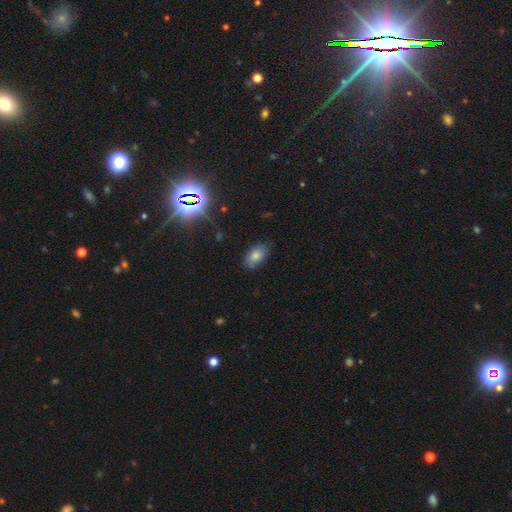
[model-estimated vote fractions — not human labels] Q: Smooth or featured?
A: smooth (79%); runner-up: star or artifact (11%)
Q: How rounded?
A: in between (91%); runner-up: round (6%)
Q: Merging?
A: none (79%); runner-up: minor disturbance (17%)